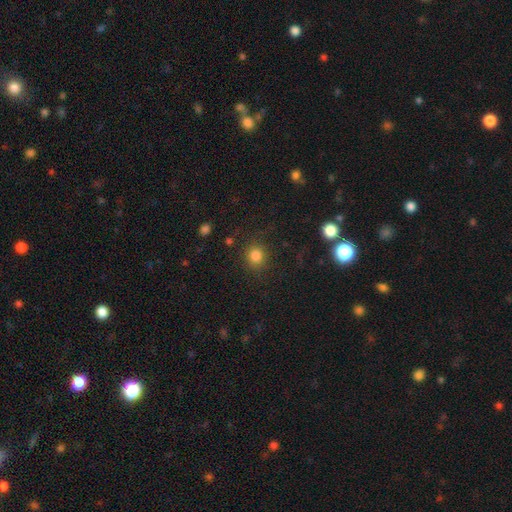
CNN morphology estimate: A smooth galaxy with no disk features (82%) that is round (85%).

Vote fractions:
- Smooth or featured? smooth: 82% / star or artifact: 13% / featured or disk: 5%
- How rounded? round: 85% / in between: 14% / cigar-shaped: 1%
- Merging? none: 86% / minor disturbance: 8% / major disturbance: 4% / merger: 2%